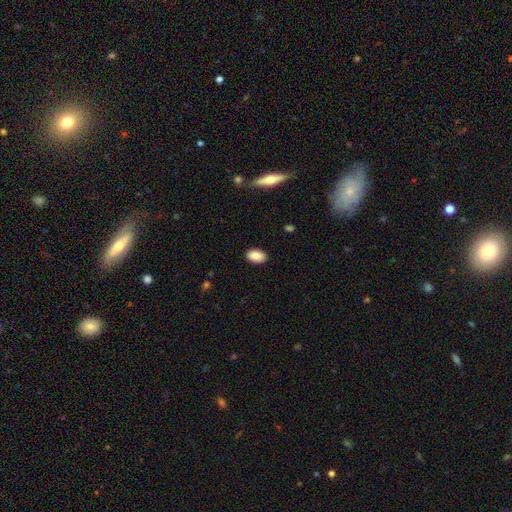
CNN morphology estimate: The model was most divided on "merging": none: 88%, minor disturbance: 9%, major disturbance: 2%, merger: 1%. More confident: how rounded — in between (93%); smooth or featured — smooth (89%).